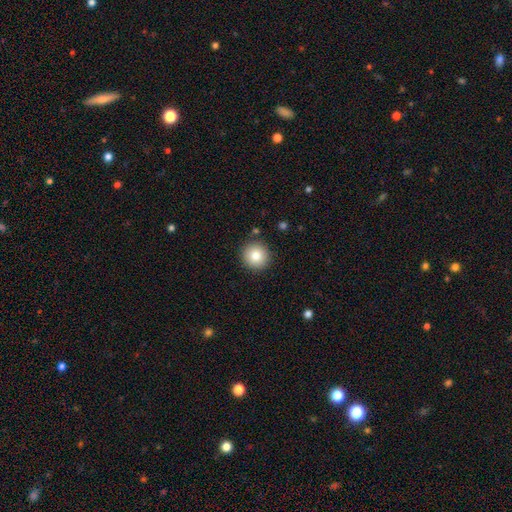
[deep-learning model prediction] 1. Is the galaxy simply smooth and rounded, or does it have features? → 82% smooth, 9% star or artifact, 9% featured or disk.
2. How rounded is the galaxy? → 95% round, 4% in between, 1% cigar-shaped.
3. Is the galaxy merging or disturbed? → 89% none, 7% minor disturbance, 2% merger, 2% major disturbance.